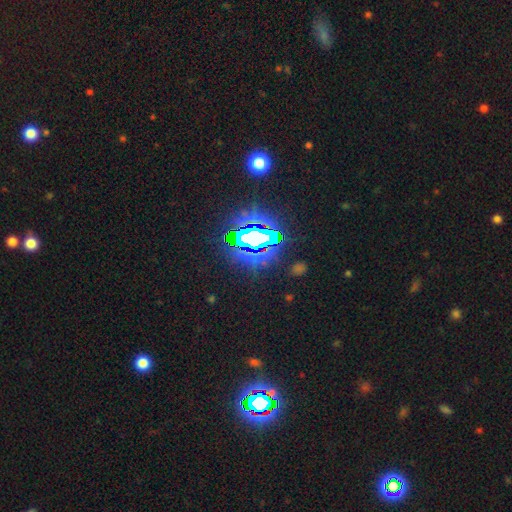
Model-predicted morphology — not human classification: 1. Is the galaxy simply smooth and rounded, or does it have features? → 84% star or artifact, 9% smooth, 6% featured or disk.